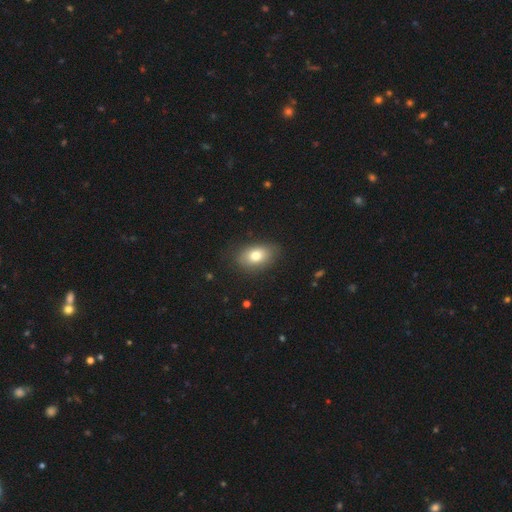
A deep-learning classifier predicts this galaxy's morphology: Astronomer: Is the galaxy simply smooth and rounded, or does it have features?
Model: smooth — 77%.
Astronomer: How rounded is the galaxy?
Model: in between — 85%.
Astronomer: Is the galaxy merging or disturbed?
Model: none — 81%.